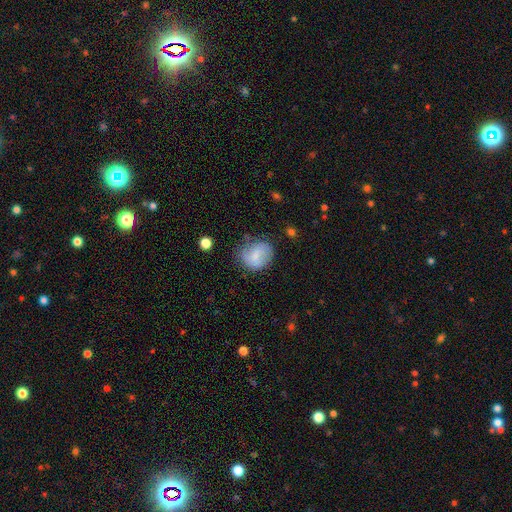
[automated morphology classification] This appears to be a smooth galaxy with no disk features (64%) that is round (64%). Merging: none (59%).